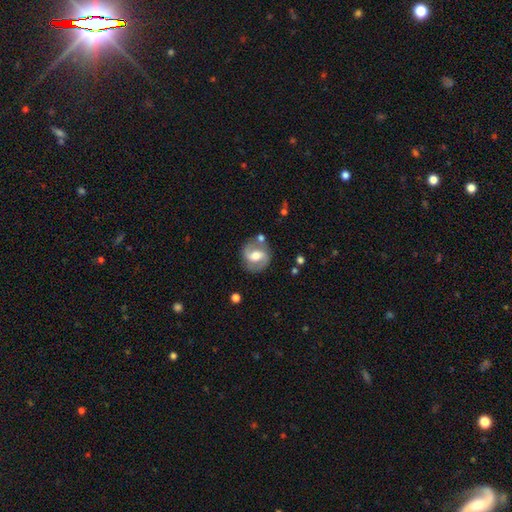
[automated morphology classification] A featured or disk galaxy (74%) with a weak bar (45%), 2 (90%) medium (51%) spiral arms (88%) and a moderate central bulge (68%). Merging: none (78%).